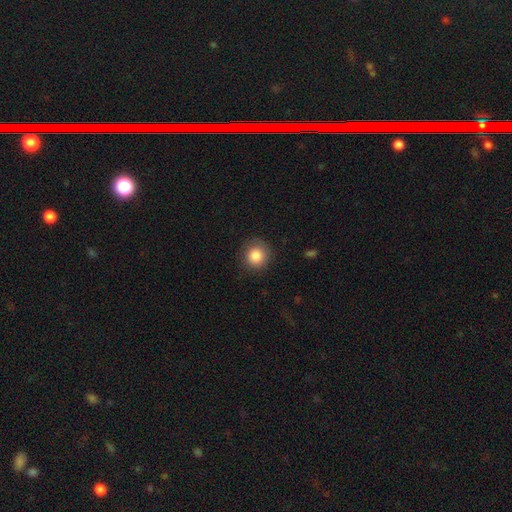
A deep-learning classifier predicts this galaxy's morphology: Smooth or featured: smooth — 86% (star or artifact — 9%)
How rounded: round — 92% (in between — 8%)
Merging: none — 83% (minor disturbance — 12%)